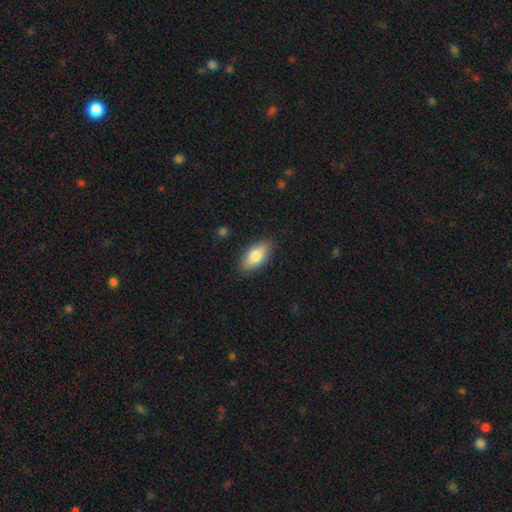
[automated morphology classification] Smooth or featured: smooth — 83% (featured or disk — 11%)
How rounded: in between — 89% (cigar-shaped — 8%)
Merging: none — 86% (minor disturbance — 11%)